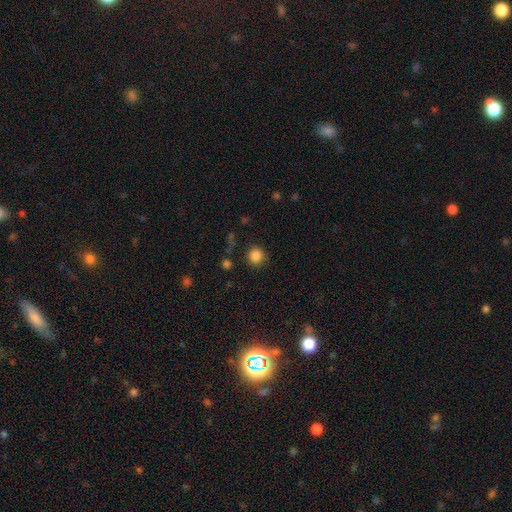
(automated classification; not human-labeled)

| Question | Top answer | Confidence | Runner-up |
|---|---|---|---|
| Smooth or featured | smooth | 85% | star or artifact (11%) |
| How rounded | round | 92% | in between (7%) |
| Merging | none | 86% | minor disturbance (9%) |